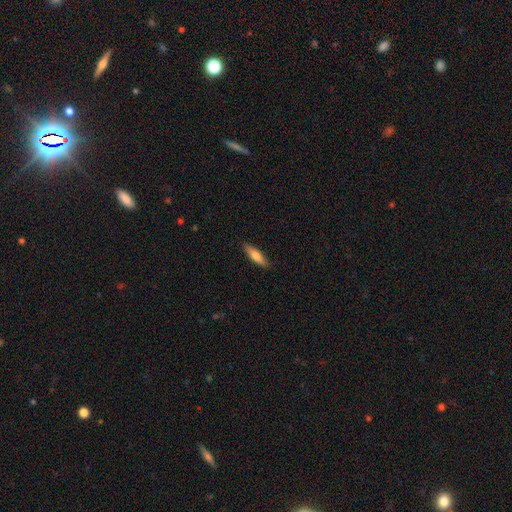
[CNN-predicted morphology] This is likely a smooth galaxy (76%). How rounded: likely cigar-shaped (66%). Merging: clearly none (86%).